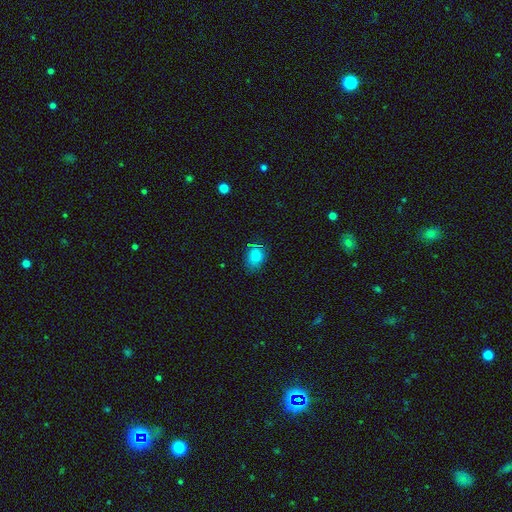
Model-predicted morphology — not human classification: This appears to be a smooth galaxy with no disk features (79%) that is in between round and cigar-shaped (65%). Merging: none (74%).